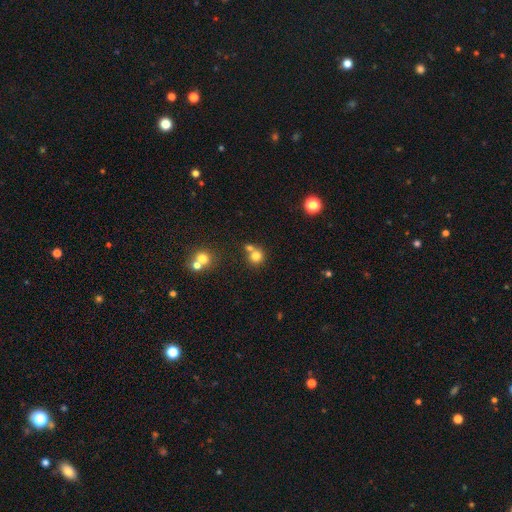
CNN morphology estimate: smooth_or_featured: smooth (p=0.77) [alt: star or artifact p=0.14]
how_rounded: round (p=0.89) [alt: in between p=0.10]
merging: none (p=0.57) [alt: merger p=0.31]